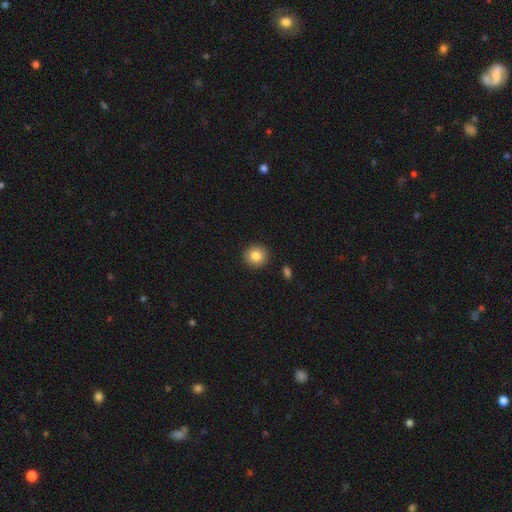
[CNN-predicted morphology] smooth 85%, star or artifact 9%, featured or disk 6%. Down the decision tree: how rounded — round (90%); merging — none (91%).